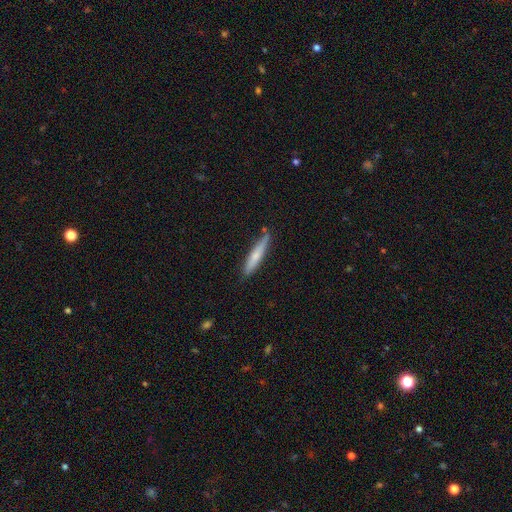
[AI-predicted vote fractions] smooth 63%, featured or disk 31%, star or artifact 6%. Down the decision tree: how rounded — cigar-shaped (92%); merging — none (82%).